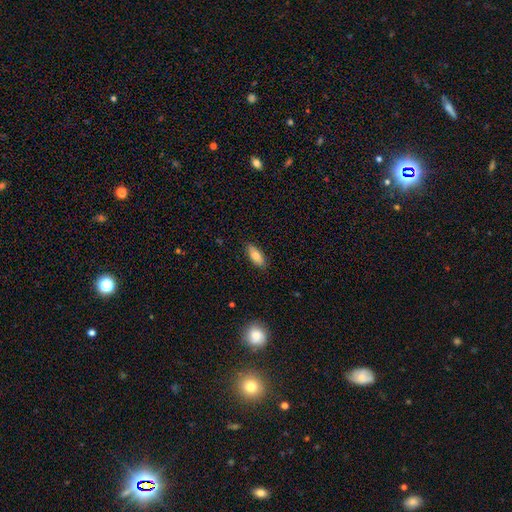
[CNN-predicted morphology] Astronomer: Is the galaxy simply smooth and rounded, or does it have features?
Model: smooth — 78%.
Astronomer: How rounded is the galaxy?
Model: in between — 73%.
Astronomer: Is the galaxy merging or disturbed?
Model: none — 86%.